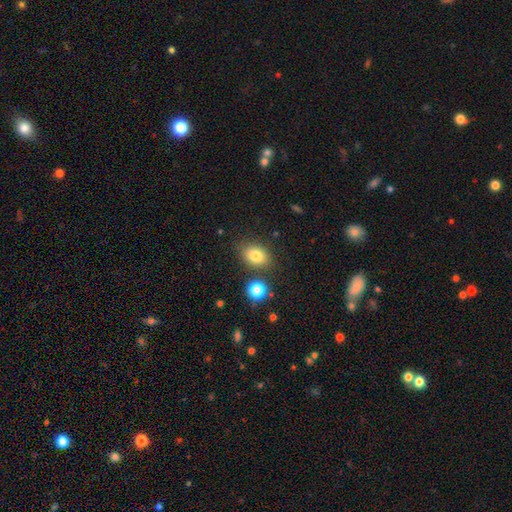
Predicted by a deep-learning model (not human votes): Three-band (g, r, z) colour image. It shows a smooth galaxy with no disk features (81%) that is in between round and cigar-shaped (77%). Merging: none (75%).